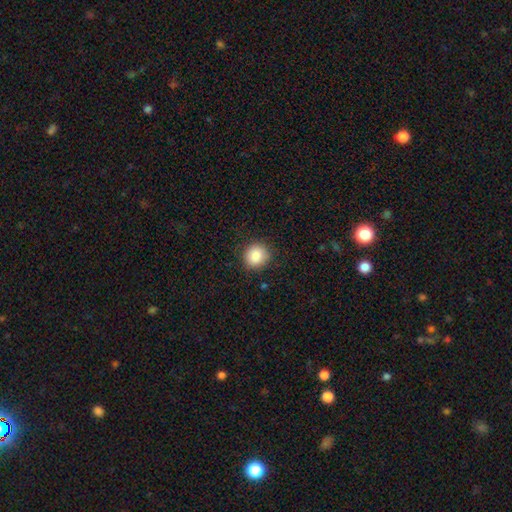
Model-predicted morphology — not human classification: Q: Smooth or featured?
A: smooth (88%); runner-up: star or artifact (8%)
Q: How rounded?
A: round (86%); runner-up: in between (13%)
Q: Merging?
A: none (87%); runner-up: minor disturbance (10%)